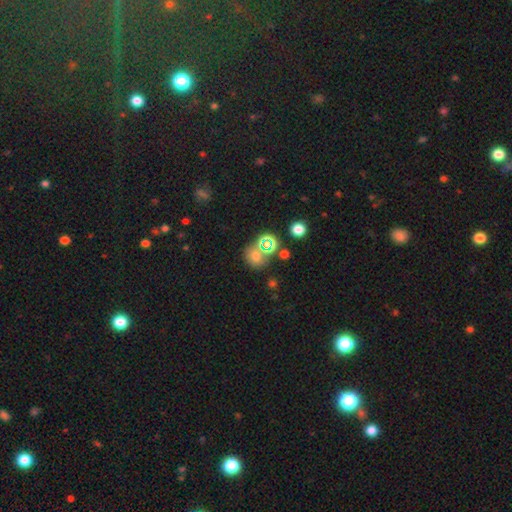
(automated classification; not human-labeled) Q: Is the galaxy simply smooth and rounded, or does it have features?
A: smooth — 59%.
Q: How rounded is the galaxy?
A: round — 72%.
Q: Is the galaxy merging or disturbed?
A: none — 62%.